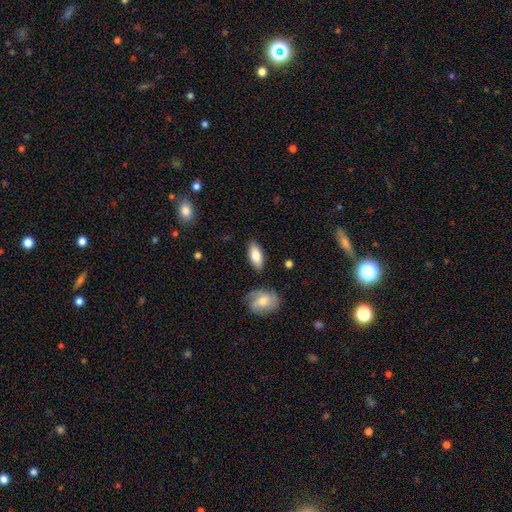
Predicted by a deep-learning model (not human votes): Smooth or featured? smooth (78%)
How rounded? in between (82%)
Merging? none (82%)